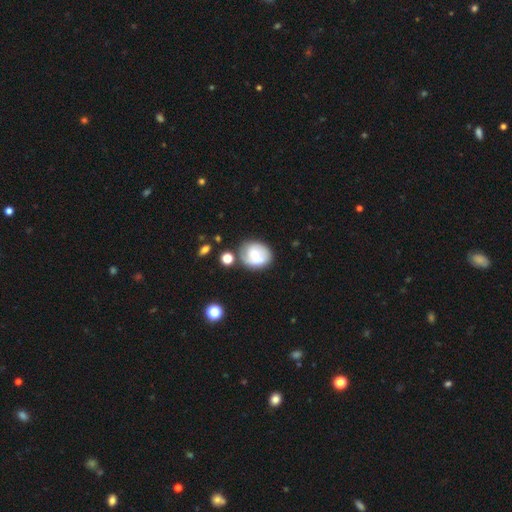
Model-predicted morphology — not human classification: smooth_or_featured: smooth (p=0.49) [alt: featured or disk p=0.42]
merging: none (p=0.58) [alt: minor disturbance p=0.21]